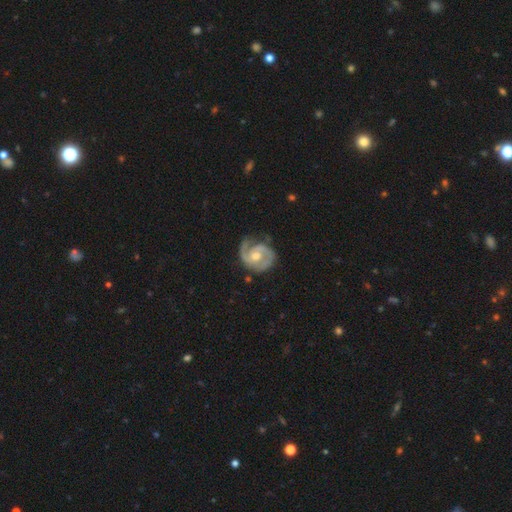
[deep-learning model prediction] A featured or disk galaxy (89%) with no bar (55%), 2 (84%) medium (47%) spiral arms (97%) and a moderate central bulge (67%).

Vote fractions:
- Smooth or featured? featured or disk: 89% / smooth: 7% / star or artifact: 4%
- Edge-on disk? no: 98% / yes: 2%
- Bar? no: 55% / weak: 37% / strong: 8%
- Spiral arms? yes: 97% / no: 3%
- Spiral winding? medium: 47% / tight: 44% / loose: 10%
- Spiral arm count? 2: 84% / 1: 5% / can't tell: 4% / 3: 4% / 4: 1% / more than 4: 1%
- Bulge size? moderate: 67% / small: 25% / large: 5% / none: 2% / dominant: 1%
- Merging? none: 73% / minor disturbance: 19% / major disturbance: 6% / merger: 2%